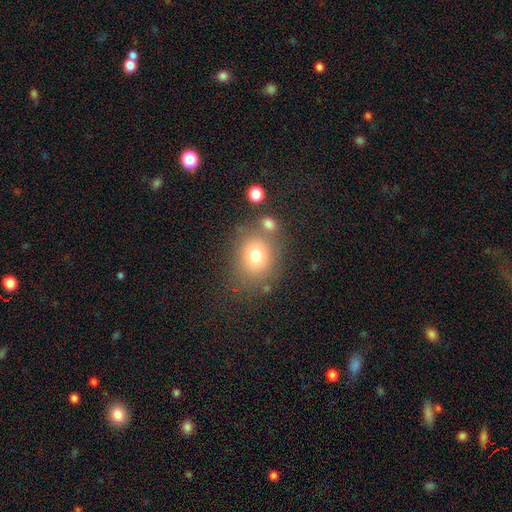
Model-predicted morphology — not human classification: smooth 74%, star or artifact 13%, featured or disk 13%. Down the decision tree: how rounded — round (64%); merging — none (66%).